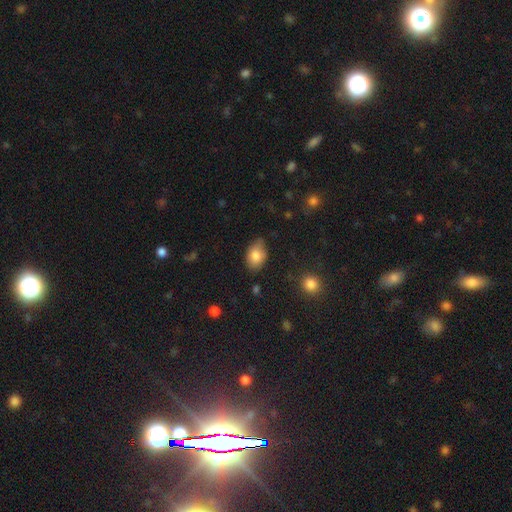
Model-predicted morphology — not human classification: smooth 82%, featured or disk 10%, star or artifact 8%. Down the decision tree: how rounded — in between (83%); merging — none (69%).